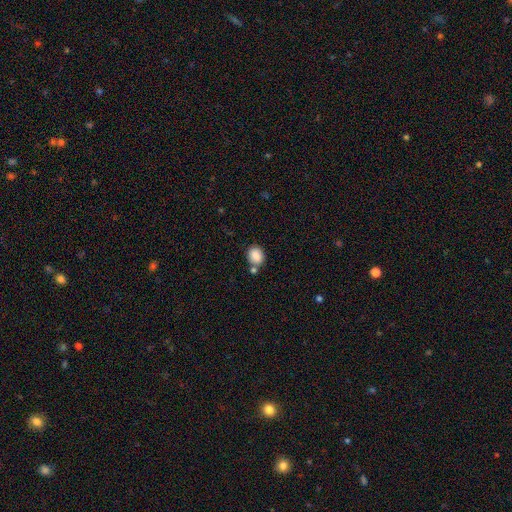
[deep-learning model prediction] Overall: smooth (85%). How rounded: round (51%; in between 48%). Merging: none (65%).